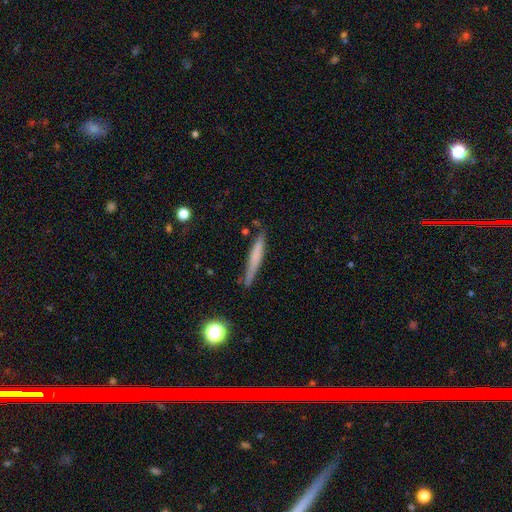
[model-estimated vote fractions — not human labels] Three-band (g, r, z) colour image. It shows a smooth galaxy with no disk features (58%) that is cigar-shaped (95%). Merging: none (79%).